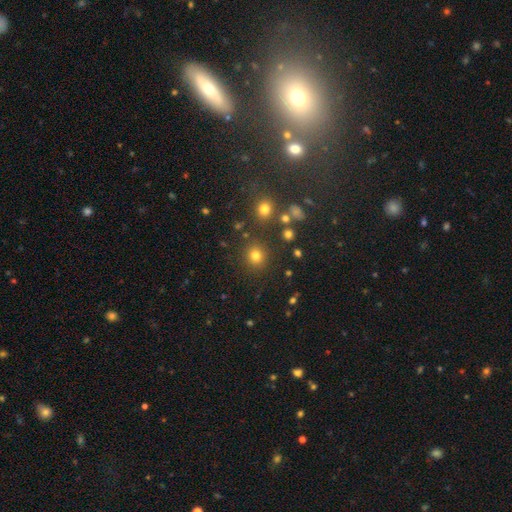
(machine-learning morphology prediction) Smooth or featured? smooth (77%)
How rounded? round (89%)
Merging? none (86%)